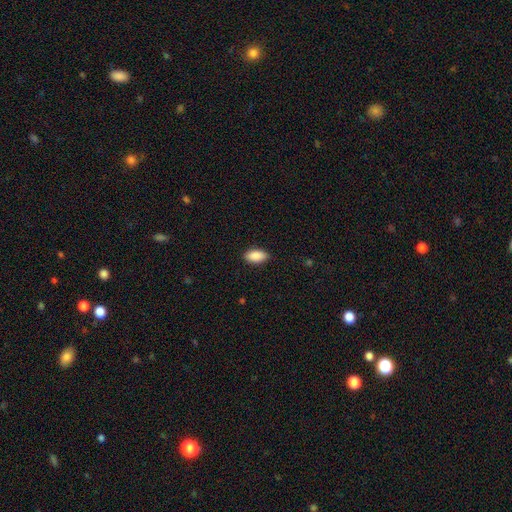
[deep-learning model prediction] smooth 90%, star or artifact 6%, featured or disk 3%. Down the decision tree: how rounded — in between (94%); merging — none (88%).